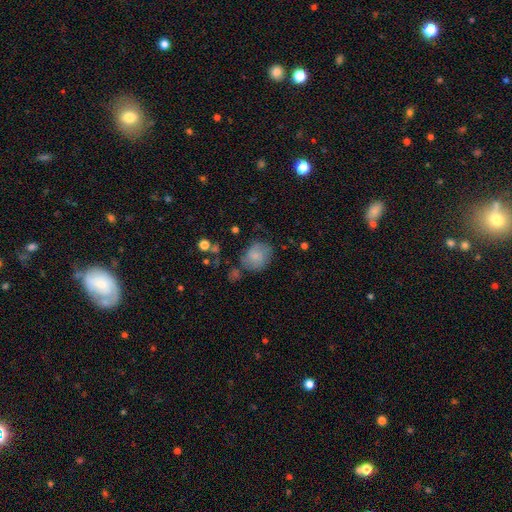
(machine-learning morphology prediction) A smooth galaxy with no disk features (68%) that is round (60%). Merging: none (59%).